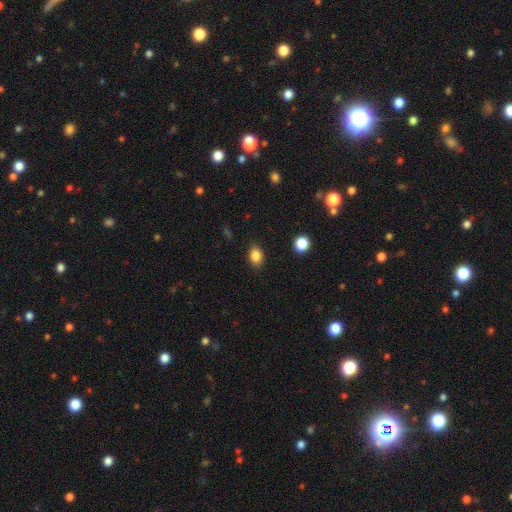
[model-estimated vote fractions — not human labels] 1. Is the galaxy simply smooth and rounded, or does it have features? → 84% smooth, 10% star or artifact, 5% featured or disk.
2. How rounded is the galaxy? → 68% in between, 31% round, 1% cigar-shaped.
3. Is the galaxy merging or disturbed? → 87% none, 10% minor disturbance, 3% major disturbance, 1% merger.